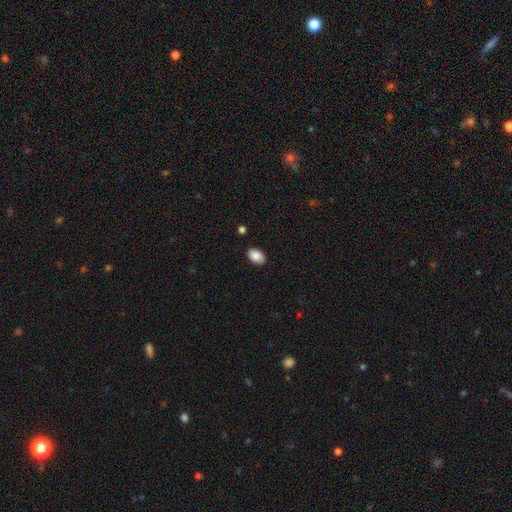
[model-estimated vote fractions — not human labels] Smooth or featured: smooth — 88% (star or artifact — 7%)
How rounded: in between — 90% (round — 9%)
Merging: none — 86% (minor disturbance — 10%)